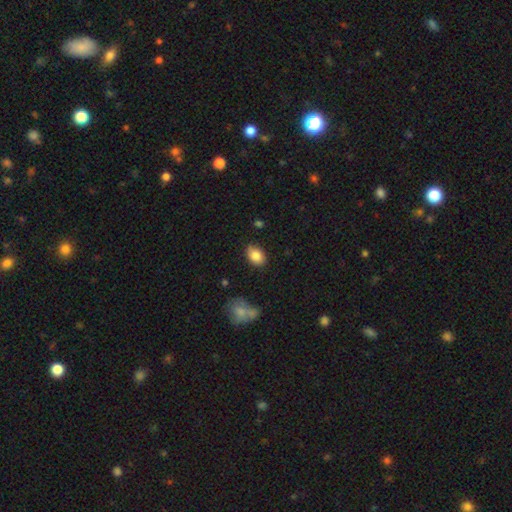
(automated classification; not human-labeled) The model was most divided on "how rounded": in between: 79%, round: 20%, cigar-shaped: 1%. More confident: smooth or featured — smooth (84%); merging — none (81%).